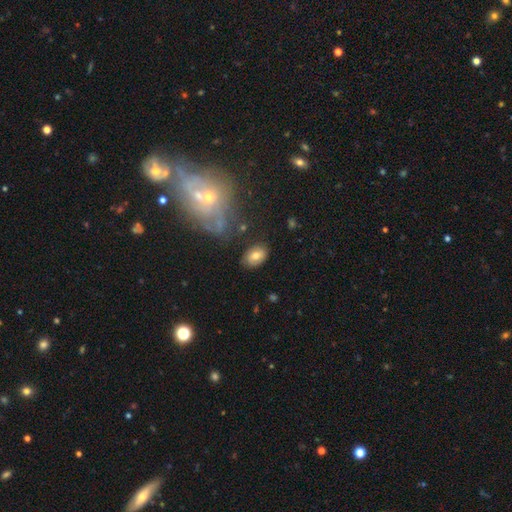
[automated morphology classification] The model was most divided on "smooth or featured": smooth: 72%, featured or disk: 19%, star or artifact: 9%. More confident: merging — none (81%); how rounded — in between (77%).